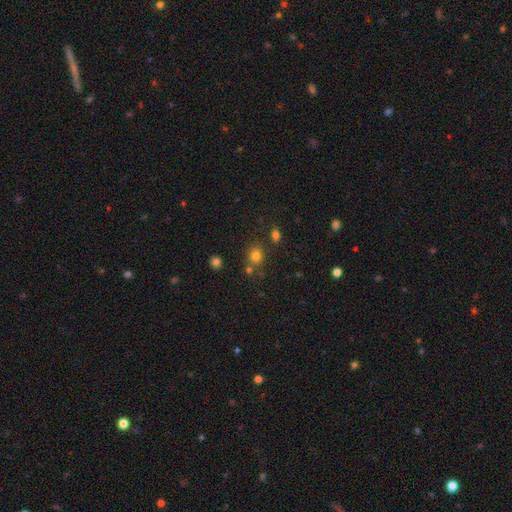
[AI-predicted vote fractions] smooth_or_featured: smooth (p=0.77) [alt: star or artifact p=0.16]
how_rounded: round (p=0.76) [alt: in between p=0.23]
merging: none (p=0.71) [alt: merger p=0.14]